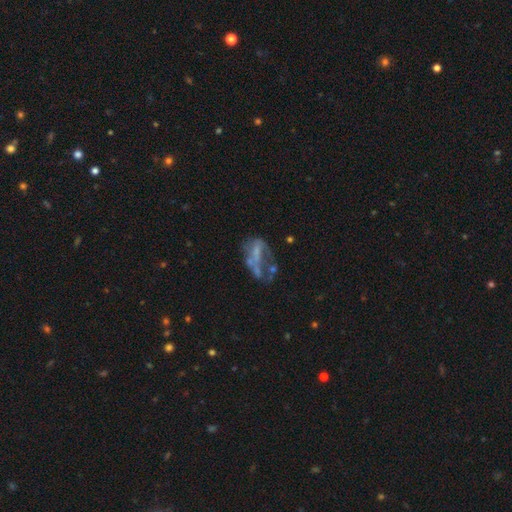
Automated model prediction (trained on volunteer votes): Overall: featured or disk (58%; smooth 26%). Edge-on disk: no (96%). Bar: no (73%). Spiral arms: no (82%). Bulge size: none (63%). Merging: major disturbance (38%; none 28%).